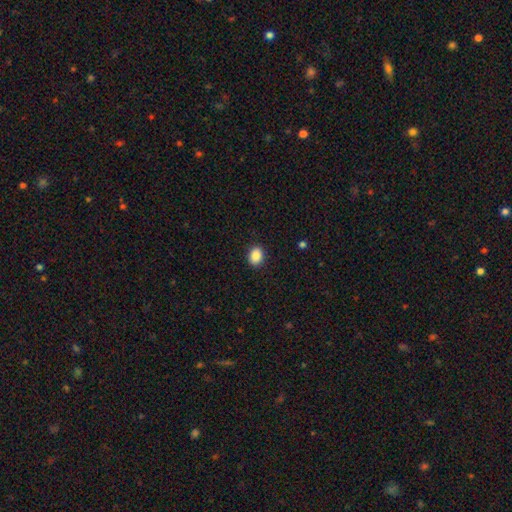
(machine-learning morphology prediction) smooth-or-featured: smooth: 88% | star or artifact: 8% | featured or disk: 4%
  how-rounded: in between: 66% | round: 33% | cigar-shaped: 1%
  merging: none: 90% | minor disturbance: 7% | major disturbance: 2% | merger: 1%